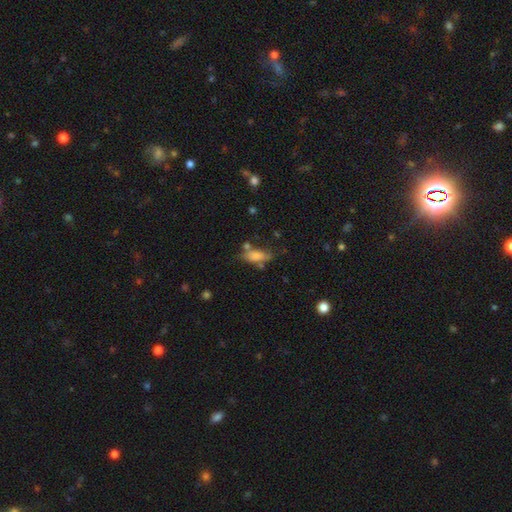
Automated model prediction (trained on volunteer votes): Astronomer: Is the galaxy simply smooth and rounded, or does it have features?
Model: smooth — 72%.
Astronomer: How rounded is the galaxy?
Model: in between — 76%.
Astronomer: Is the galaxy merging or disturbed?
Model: none — 51%.